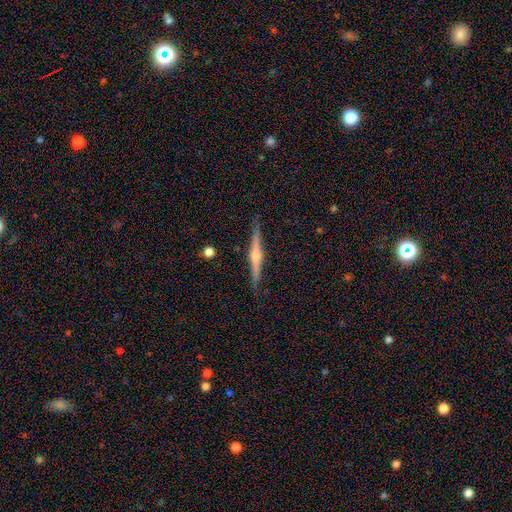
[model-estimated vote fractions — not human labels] Smooth or featured? featured or disk (78%)
Edge-on disk? yes (98%)
Edge-on bulge? rounded (88%)
Merging? none (90%)